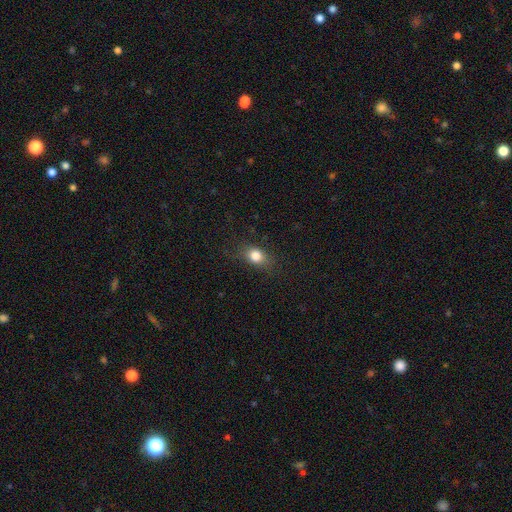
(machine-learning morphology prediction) Smooth or featured? smooth (82%)
How rounded? in between (58%)
Merging? none (76%)